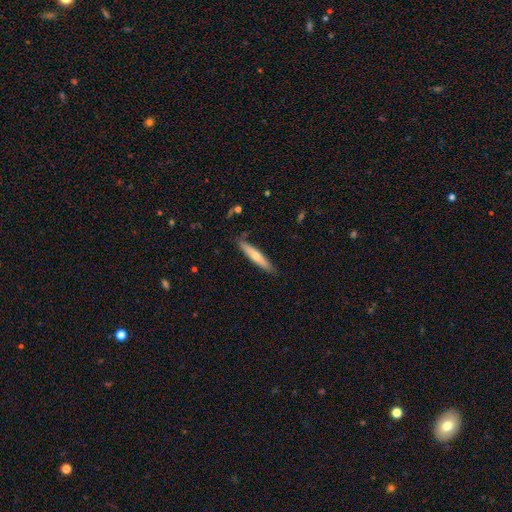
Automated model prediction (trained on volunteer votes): smooth 57%, featured or disk 37%, star or artifact 6%. Down the decision tree: how rounded — cigar-shaped (91%); merging — none (86%).